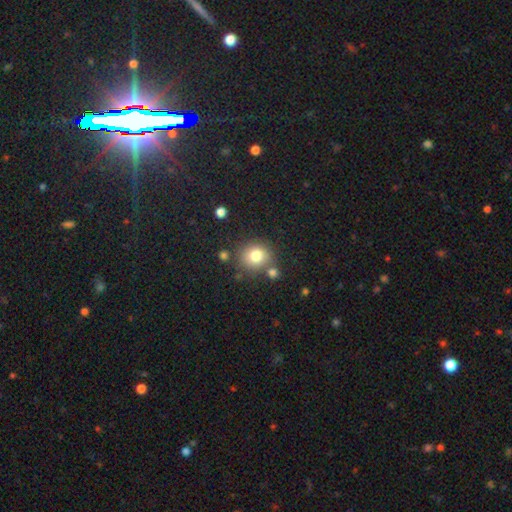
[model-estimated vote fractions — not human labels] smooth_or_featured: smooth (p=0.79) [alt: star or artifact p=0.12]
how_rounded: round (p=0.84) [alt: in between p=0.15]
merging: none (p=0.72) [alt: merger p=0.12]